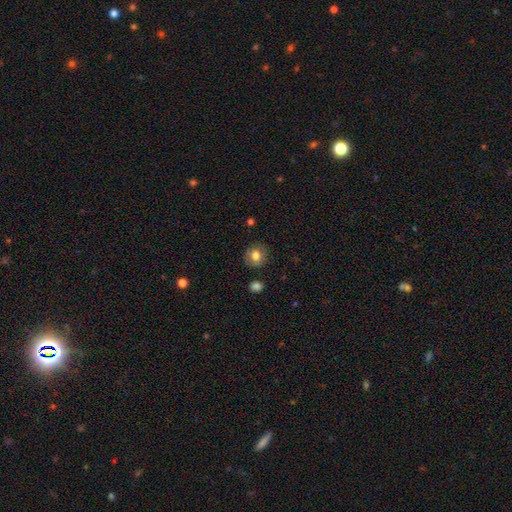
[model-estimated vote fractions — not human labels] Morphology: type=smooth (78%); roundness=round (85%); merging=none (86%).